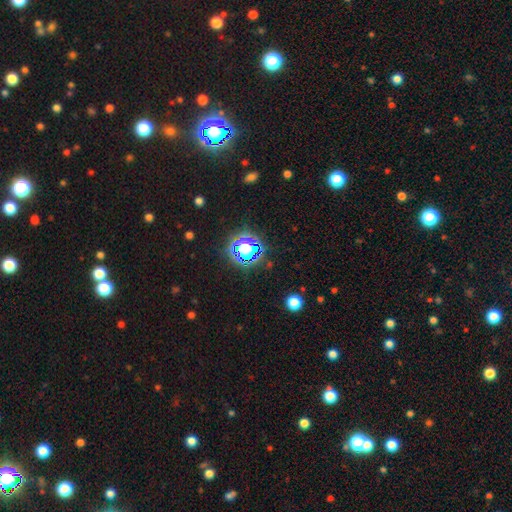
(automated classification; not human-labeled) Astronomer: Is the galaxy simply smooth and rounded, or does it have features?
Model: star or artifact — 69%.